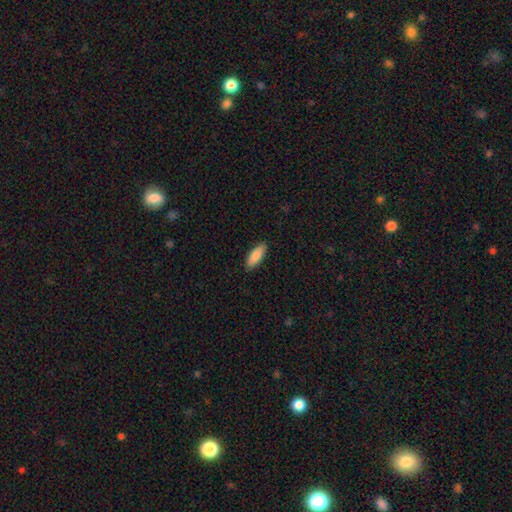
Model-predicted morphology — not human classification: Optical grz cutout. It shows a smooth galaxy with no disk features (88%) that is in between round and cigar-shaped (71%). Merging: none (88%).